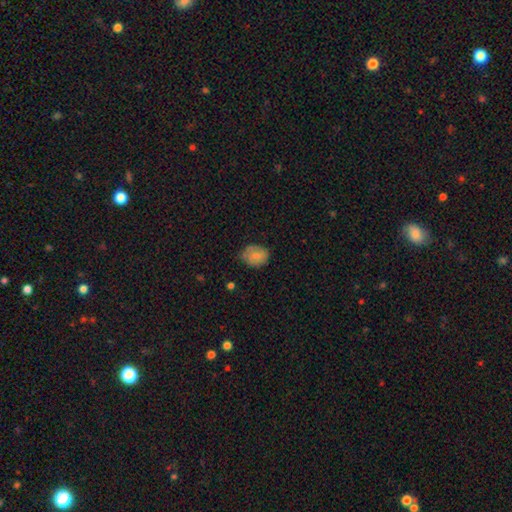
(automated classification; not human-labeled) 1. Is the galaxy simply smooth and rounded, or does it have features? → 70% smooth, 22% featured or disk, 8% star or artifact.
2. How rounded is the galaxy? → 50% round, 49% in between, 1% cigar-shaped.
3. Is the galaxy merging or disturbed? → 64% none, 28% minor disturbance, 7% major disturbance, 1% merger.